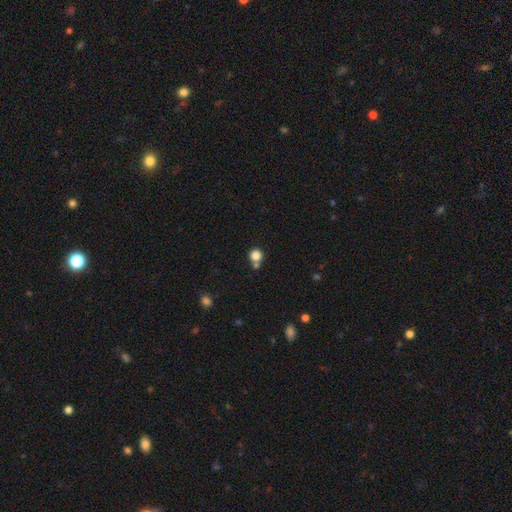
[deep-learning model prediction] Morphology: type=smooth (82%); roundness=round (91%); merging=none (62%).